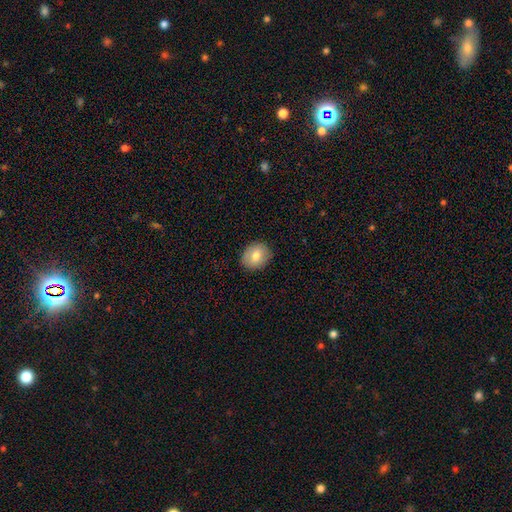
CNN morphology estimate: The model was most divided on "how rounded": round: 60%, in between: 39%, cigar-shaped: 1%. More confident: merging — none (87%); smooth or featured — smooth (74%).